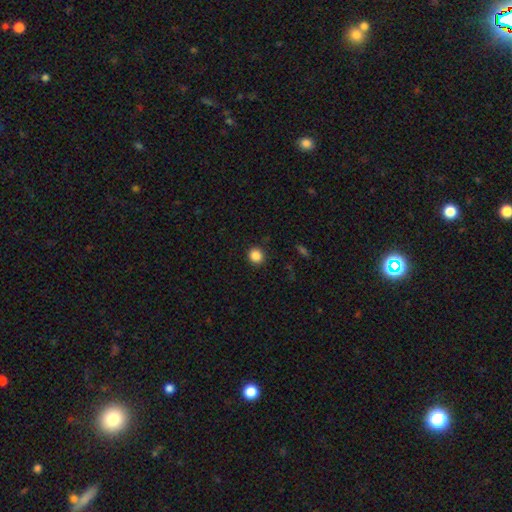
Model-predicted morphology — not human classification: A smooth galaxy with no disk features (86%) that is round (90%). Merging: none (91%).